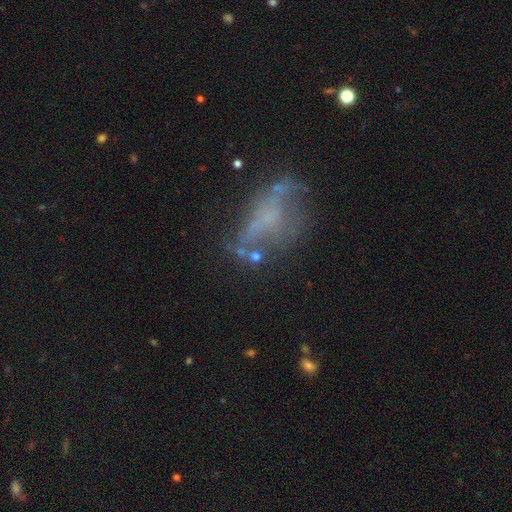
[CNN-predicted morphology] This appears to be a featured or disk galaxy (44%). Merging: none (42%).